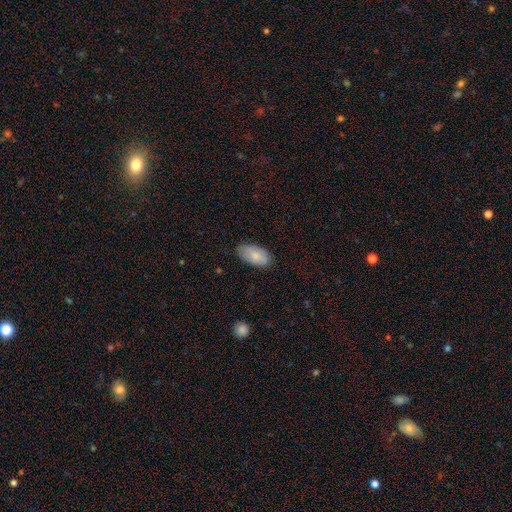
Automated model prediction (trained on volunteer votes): smooth 82%, featured or disk 12%, star or artifact 6%. Down the decision tree: how rounded — in between (95%); merging — none (80%).